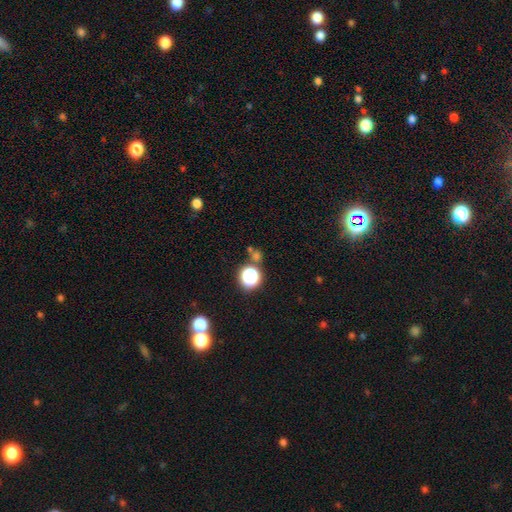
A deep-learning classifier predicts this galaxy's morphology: A star or artifact, not a galaxy (47%).